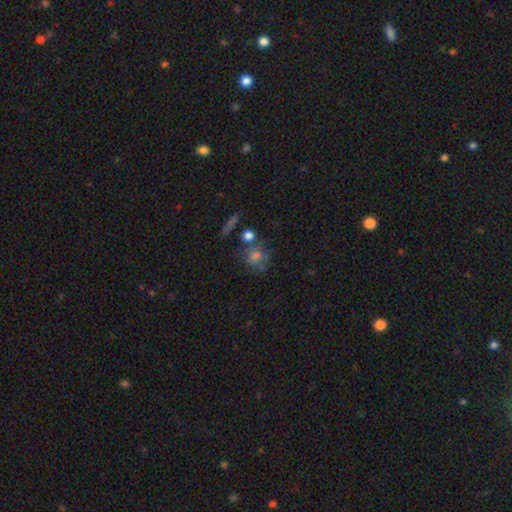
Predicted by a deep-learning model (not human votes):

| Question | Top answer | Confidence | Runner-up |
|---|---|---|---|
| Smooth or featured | smooth | 71% | featured or disk (16%) |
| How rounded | round | 78% | in between (20%) |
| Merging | none | 57% | merger (18%) |